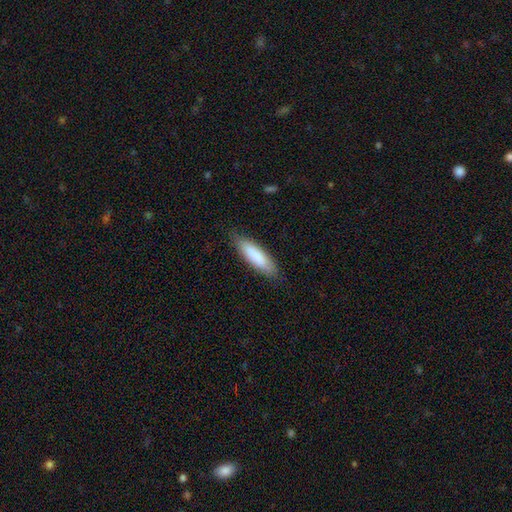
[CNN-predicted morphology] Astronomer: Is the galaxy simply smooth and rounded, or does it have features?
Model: smooth — 84%.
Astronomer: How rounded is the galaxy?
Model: cigar-shaped — 60% (runner-up: in between, 39%).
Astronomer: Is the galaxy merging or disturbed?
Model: none — 84%.